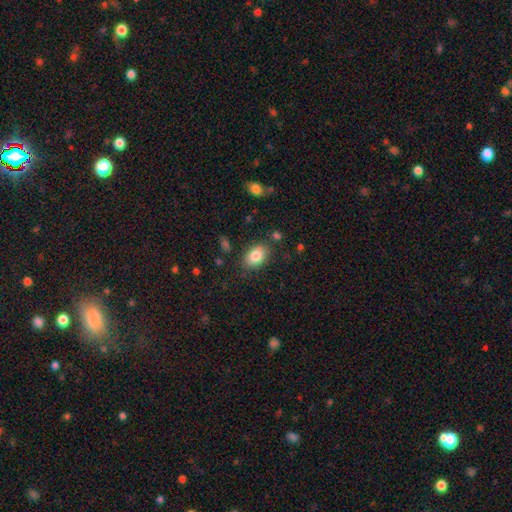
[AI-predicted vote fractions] Q: Smooth or featured?
A: smooth (83%); runner-up: featured or disk (9%)
Q: How rounded?
A: in between (85%); runner-up: round (14%)
Q: Merging?
A: none (81%); runner-up: minor disturbance (13%)